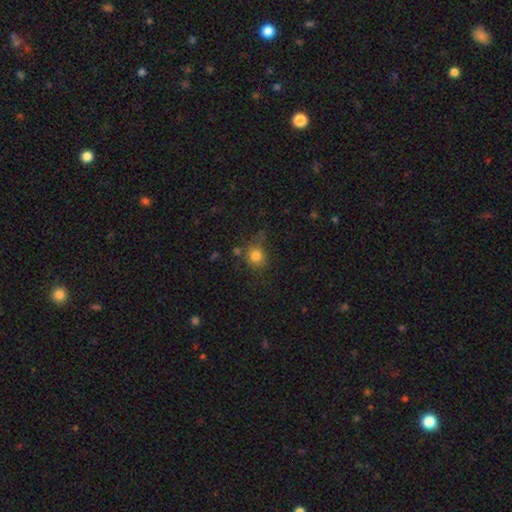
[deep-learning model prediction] smooth_or_featured: smooth (p=0.80) [alt: star or artifact p=0.12]
how_rounded: round (p=0.78) [alt: in between p=0.21]
merging: none (p=0.64) [alt: minor disturbance p=0.20]